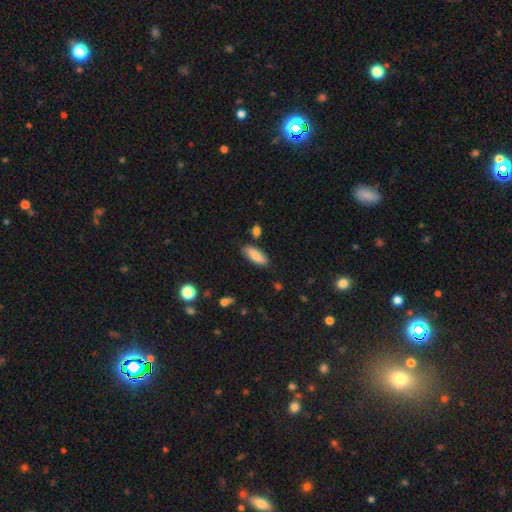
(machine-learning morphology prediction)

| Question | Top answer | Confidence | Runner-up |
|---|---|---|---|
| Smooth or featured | smooth | 83% | featured or disk (11%) |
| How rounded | in between | 70% | cigar-shaped (28%) |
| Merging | none | 81% | minor disturbance (13%) |